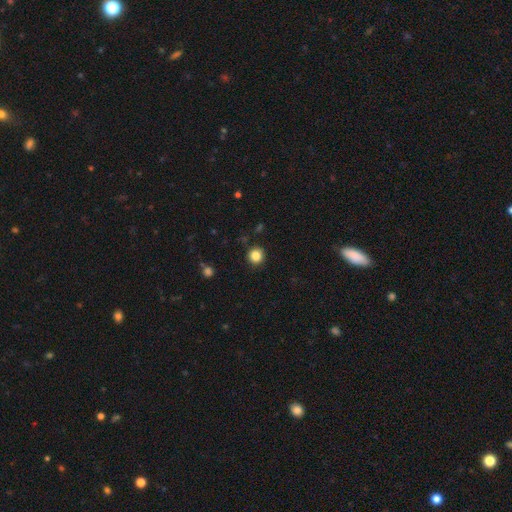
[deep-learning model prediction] Smooth or featured?
  - smooth: 84% *
  - star or artifact: 11%
  - featured or disk: 4%
How rounded?
  - round: 93% *
  - in between: 6%
  - cigar-shaped: 1%
Merging?
  - none: 90% *
  - minor disturbance: 6%
  - major disturbance: 2%
  - merger: 1%